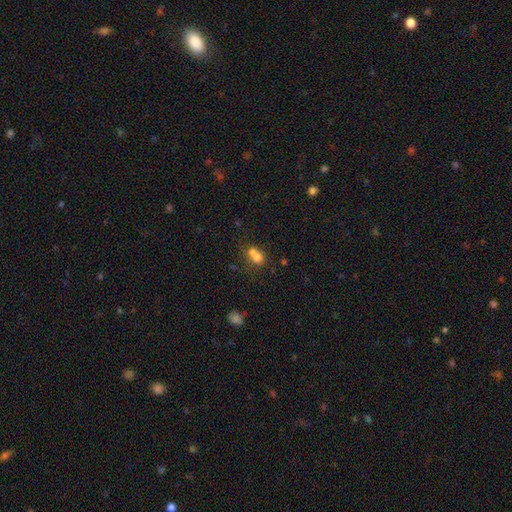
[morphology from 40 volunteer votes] type=smooth (82%); roundness=round (58%); merging=merger (68%).